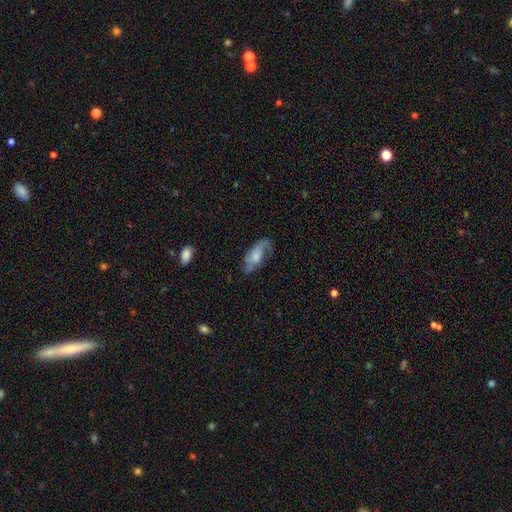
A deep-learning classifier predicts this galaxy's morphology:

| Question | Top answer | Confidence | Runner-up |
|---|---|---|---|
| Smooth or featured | featured or disk | 57% | smooth (36%) |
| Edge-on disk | no | 90% | yes (10%) |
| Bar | no | 65% | weak (28%) |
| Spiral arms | yes | 85% | no (15%) |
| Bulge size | moderate | 39% | small (32%) |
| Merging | none | 61% | minor disturbance (23%) |